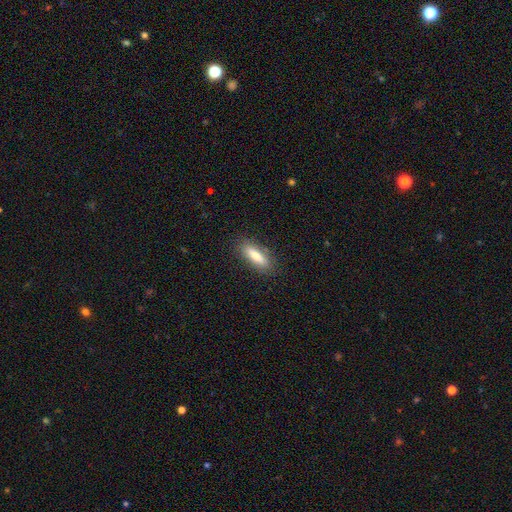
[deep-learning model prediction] Q: Smooth or featured?
A: smooth (73%); runner-up: featured or disk (20%)
Q: How rounded?
A: cigar-shaped (49%); tied with: in between (49%)
Q: Merging?
A: none (86%); runner-up: minor disturbance (10%)